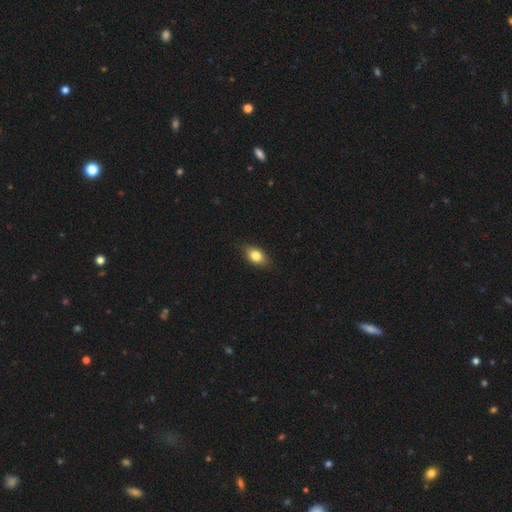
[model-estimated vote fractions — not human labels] smooth_or_featured: smooth (p=0.80) [alt: featured or disk p=0.12]
how_rounded: in between (p=0.79) [alt: round p=0.17]
merging: none (p=0.81) [alt: minor disturbance p=0.16]